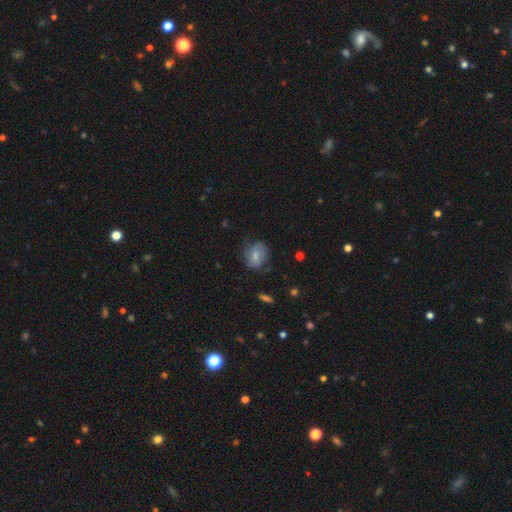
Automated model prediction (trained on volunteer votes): smooth-or-featured: smooth: 64% | featured or disk: 27% | star or artifact: 9%
  how-rounded: round: 51% | in between: 47% | cigar-shaped: 2%
  merging: none: 58% | minor disturbance: 29% | major disturbance: 11% | merger: 2%